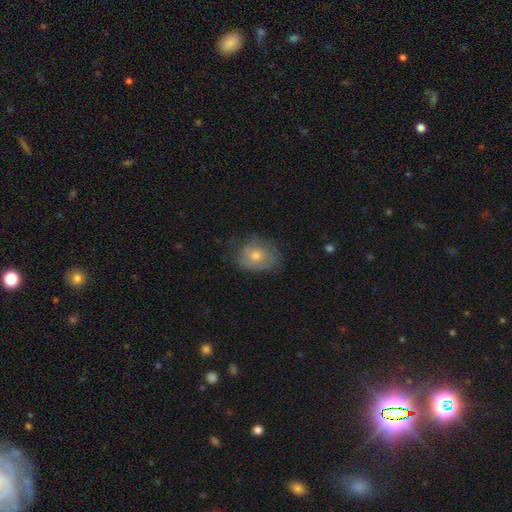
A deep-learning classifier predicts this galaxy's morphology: smooth_or_featured: smooth (p=0.61) [alt: featured or disk p=0.30]
how_rounded: in between (p=0.55) [alt: round p=0.44]
merging: none (p=0.61) [alt: minor disturbance p=0.27]